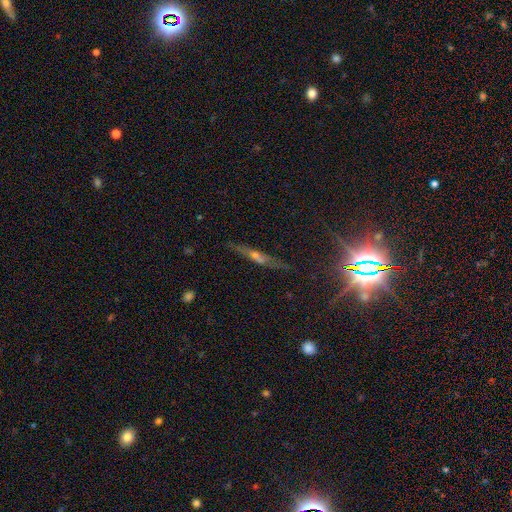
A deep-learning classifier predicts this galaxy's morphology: smooth_or_featured: featured or disk (p=0.51) [alt: star or artifact p=0.30]
disk_edge_on: yes (p=0.88) [alt: no p=0.12]
merging: none (p=0.79) [alt: minor disturbance p=0.14]